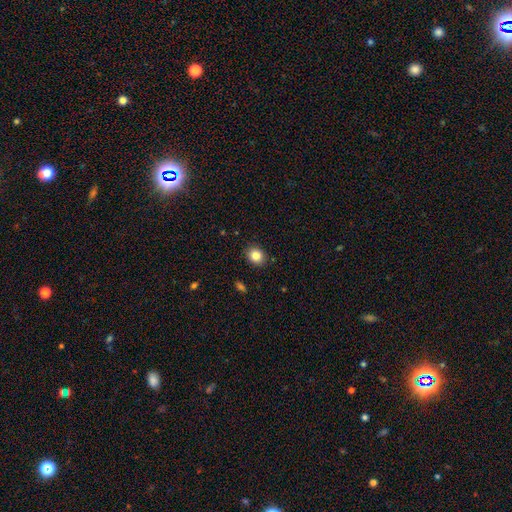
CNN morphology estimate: Smooth or featured? smooth (84%)
How rounded? round (62%)
Merging? none (89%)